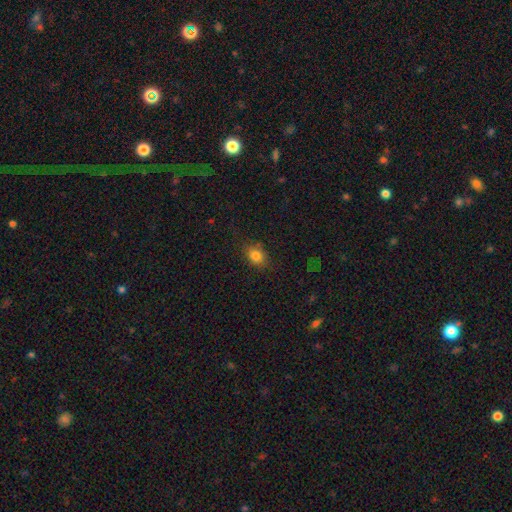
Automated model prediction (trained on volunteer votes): Smooth or featured: smooth — 81% (star or artifact — 11%)
How rounded: in between — 64% (round — 35%)
Merging: none — 82% (minor disturbance — 14%)